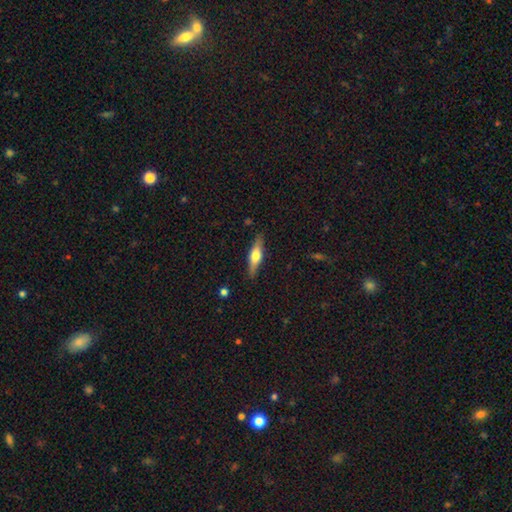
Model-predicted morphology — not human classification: Smooth or featured? featured or disk (54%)
Edge-on disk? yes (93%)
Edge-on bulge? rounded (91%)
Merging? none (87%)